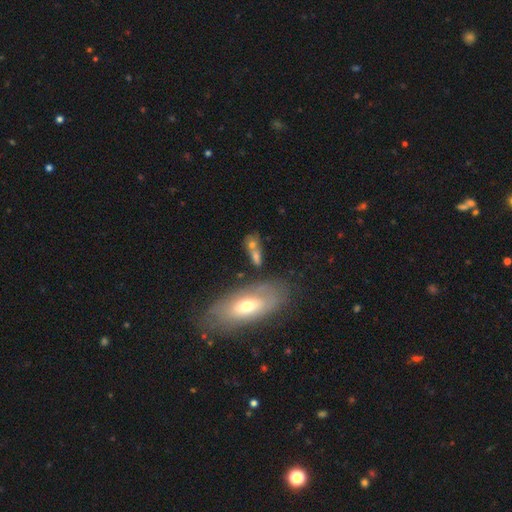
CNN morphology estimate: smooth_or_featured: smooth (p=0.49) [alt: featured or disk p=0.40]
merging: none (p=0.61) [alt: minor disturbance p=0.18]